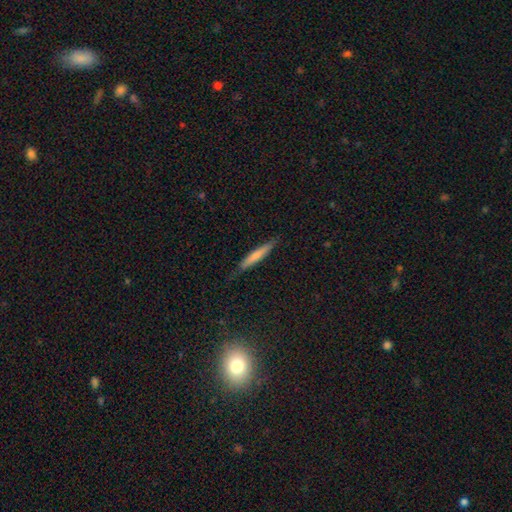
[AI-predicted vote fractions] Q: Smooth or featured?
A: smooth (69%); runner-up: featured or disk (25%)
Q: How rounded?
A: cigar-shaped (93%); runner-up: in between (6%)
Q: Merging?
A: none (82%); runner-up: minor disturbance (14%)